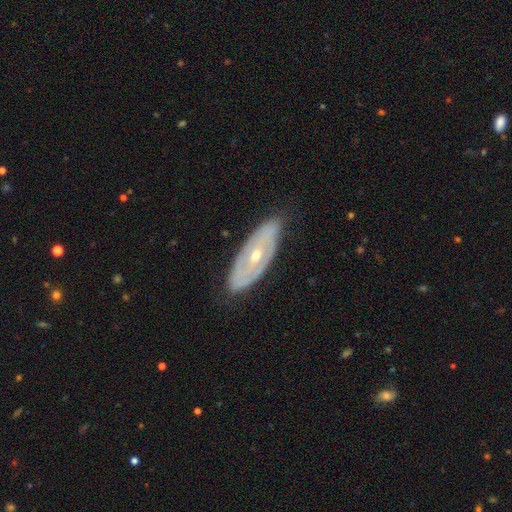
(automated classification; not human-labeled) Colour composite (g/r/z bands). It shows a featured or disk galaxy (70%) with no bar (72%), no spiral arms (58%) and a moderate central bulge (53%). Merging: none (77%).